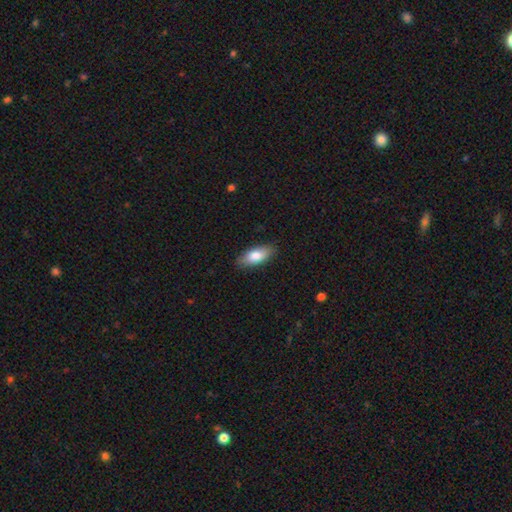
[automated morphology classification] Overall: smooth (82%). How rounded: in between (85%). Merging: none (86%).